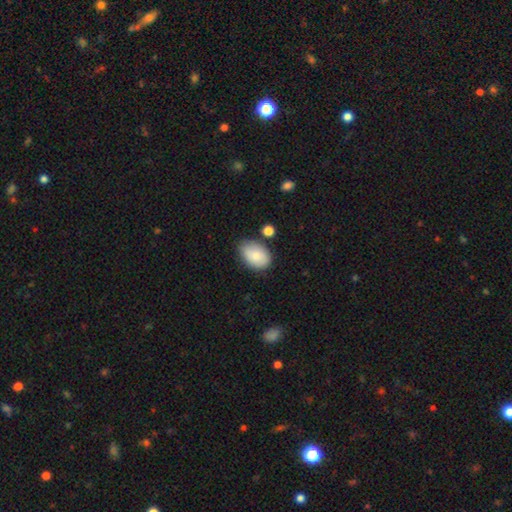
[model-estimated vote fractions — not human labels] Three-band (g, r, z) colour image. It shows a smooth galaxy with no disk features (80%) that is in between round and cigar-shaped (87%). Merging: none (72%).